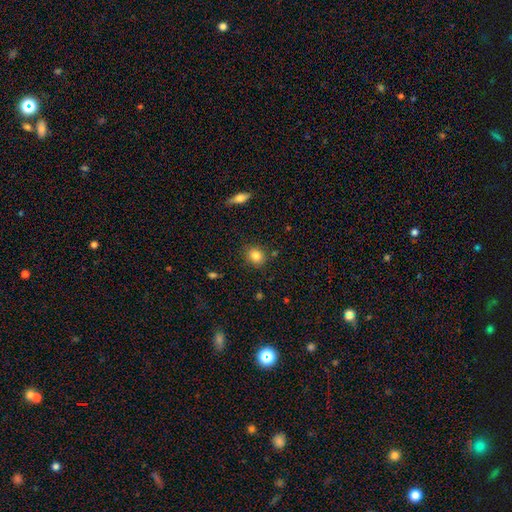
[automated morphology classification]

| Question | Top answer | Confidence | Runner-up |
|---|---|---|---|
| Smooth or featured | smooth | 83% | star or artifact (10%) |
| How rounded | round | 60% | in between (38%) |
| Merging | none | 83% | minor disturbance (11%) |